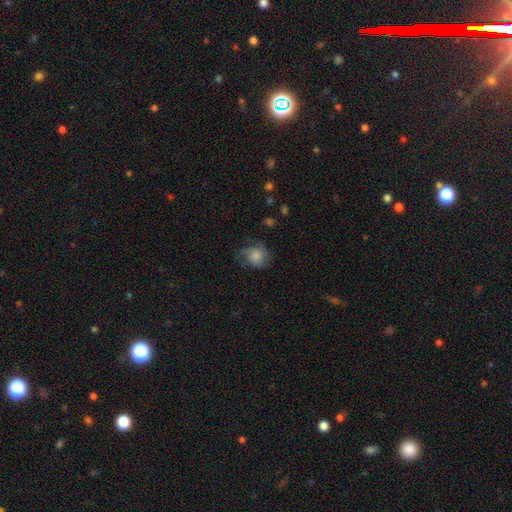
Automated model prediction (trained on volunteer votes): Smooth or featured? smooth (73%)
How rounded? round (69%)
Merging? none (55%)